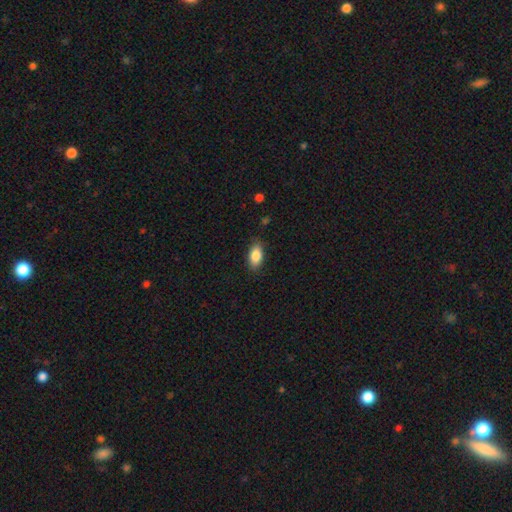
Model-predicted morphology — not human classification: Q: Smooth or featured?
A: smooth (86%); runner-up: featured or disk (7%)
Q: How rounded?
A: in between (90%); runner-up: cigar-shaped (6%)
Q: Merging?
A: none (85%); runner-up: minor disturbance (12%)